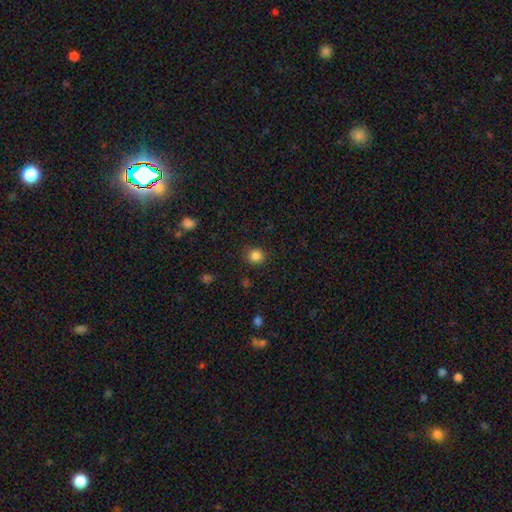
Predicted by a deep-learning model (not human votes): A smooth galaxy with no disk features (85%) that is round (86%). Merging: none (86%).